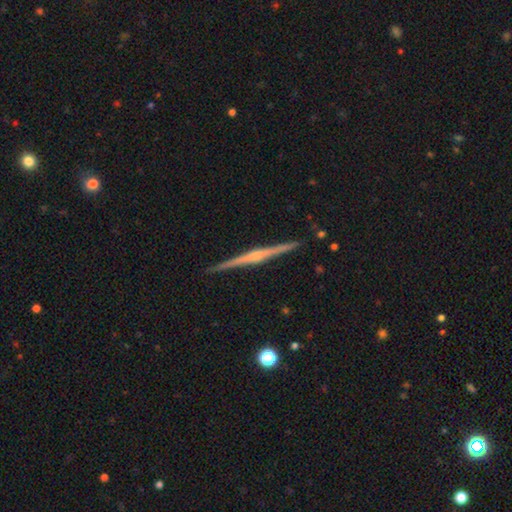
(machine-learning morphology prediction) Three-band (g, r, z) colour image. It shows a featured or disk galaxy (83%) viewed edge-on (99%) with a rounded central bulge (69%). Merging: none (92%).